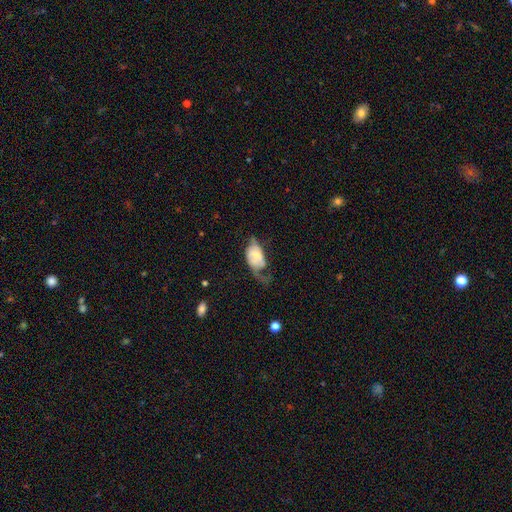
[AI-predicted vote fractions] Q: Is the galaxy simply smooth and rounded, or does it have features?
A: featured or disk — 50%.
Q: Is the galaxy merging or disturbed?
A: major disturbance — 52%.